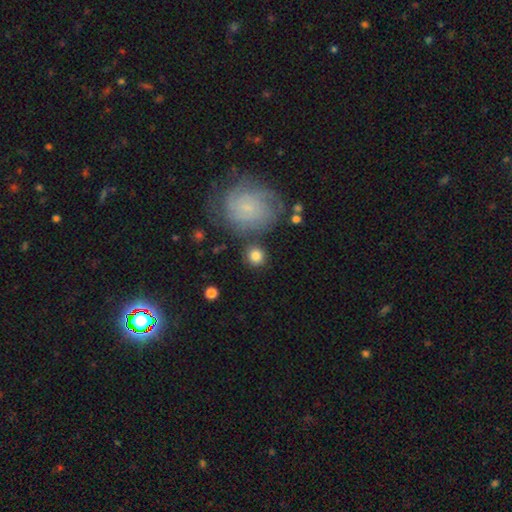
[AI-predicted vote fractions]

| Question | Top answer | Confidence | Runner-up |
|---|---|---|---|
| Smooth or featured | smooth | 79% | featured or disk (13%) |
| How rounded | round | 90% | in between (9%) |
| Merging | none | 81% | minor disturbance (9%) |